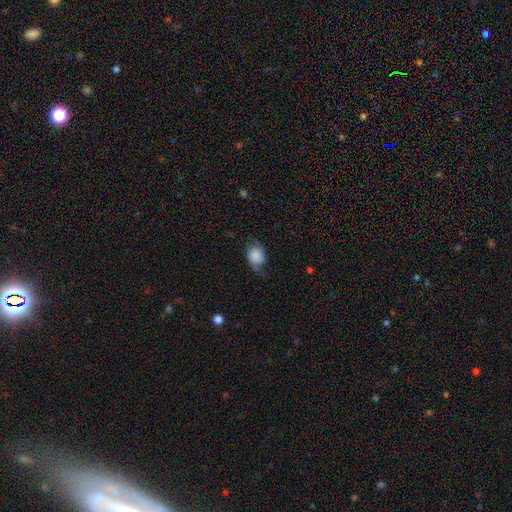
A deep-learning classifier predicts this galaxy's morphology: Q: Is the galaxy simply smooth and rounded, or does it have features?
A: smooth — 68%.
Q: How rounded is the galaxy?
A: round — 52%.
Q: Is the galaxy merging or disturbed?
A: none — 49%.